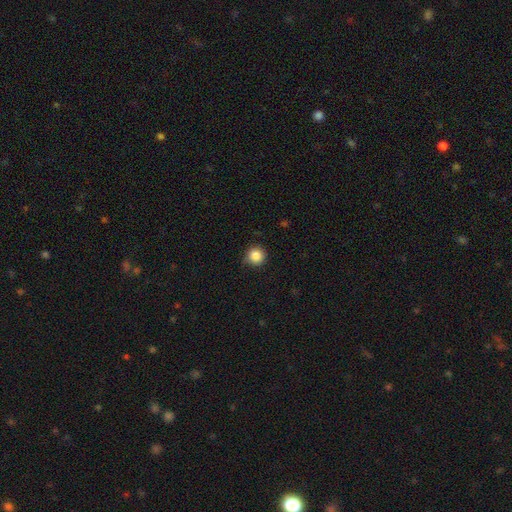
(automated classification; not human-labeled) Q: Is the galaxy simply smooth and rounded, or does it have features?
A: smooth — 87%.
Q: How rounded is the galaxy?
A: round — 94%.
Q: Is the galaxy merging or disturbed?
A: none — 82%.